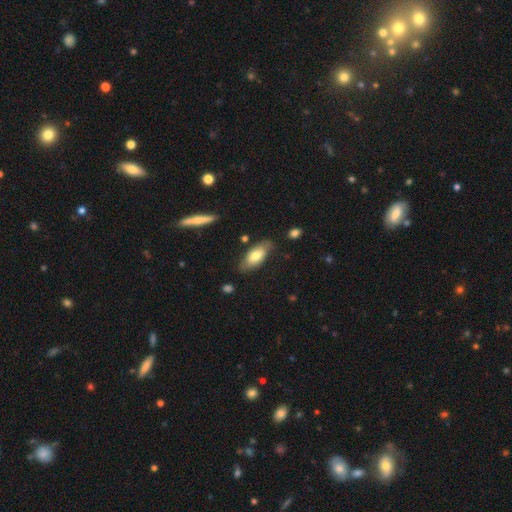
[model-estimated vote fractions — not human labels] The model was most divided on "smooth or featured": smooth: 69%, featured or disk: 25%, star or artifact: 6%. More confident: how rounded — in between (85%); merging — none (73%).